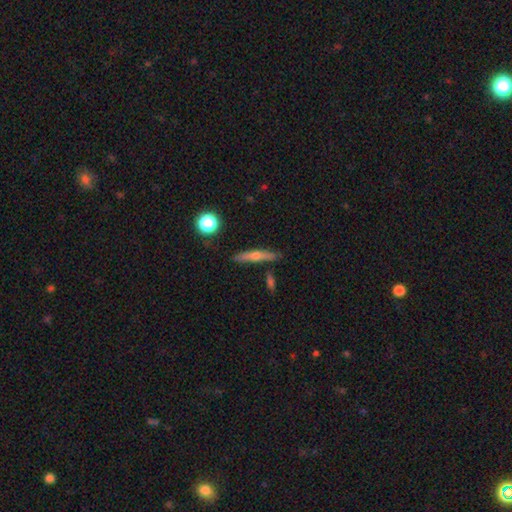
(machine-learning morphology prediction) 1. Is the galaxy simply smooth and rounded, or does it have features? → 53% featured or disk, 39% smooth, 8% star or artifact.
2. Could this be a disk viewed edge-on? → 94% yes, 6% no.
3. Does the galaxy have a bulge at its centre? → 85% rounded, 11% none, 4% boxy.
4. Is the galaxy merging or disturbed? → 83% none, 11% minor disturbance, 4% merger, 2% major disturbance.